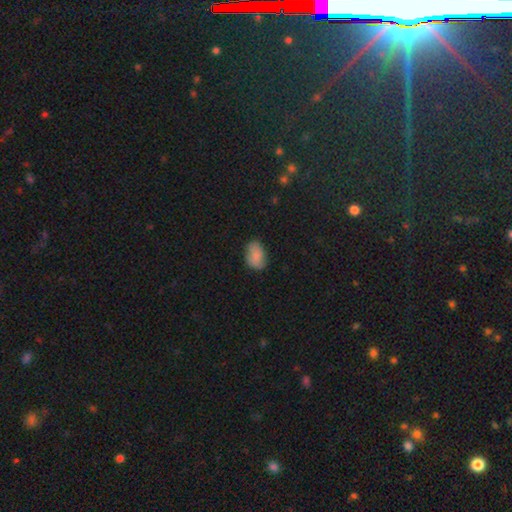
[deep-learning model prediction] The model was most divided on "merging": none: 72%, minor disturbance: 22%, major disturbance: 5%, merger: 1%. More confident: how rounded — in between (86%); smooth or featured — smooth (84%).